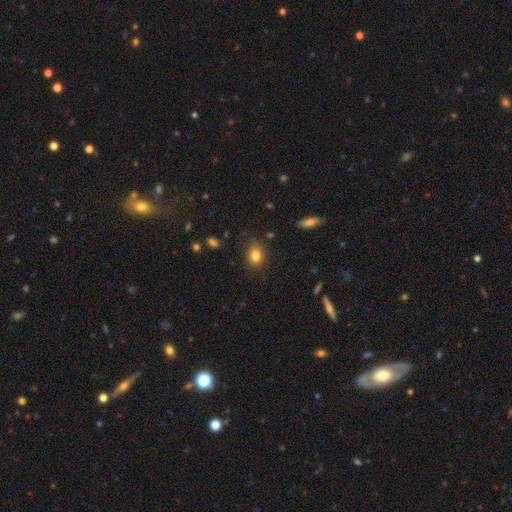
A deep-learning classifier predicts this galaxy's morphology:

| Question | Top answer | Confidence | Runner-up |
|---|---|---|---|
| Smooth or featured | smooth | 81% | star or artifact (10%) |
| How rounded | in between | 67% | round (32%) |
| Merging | none | 79% | minor disturbance (16%) |